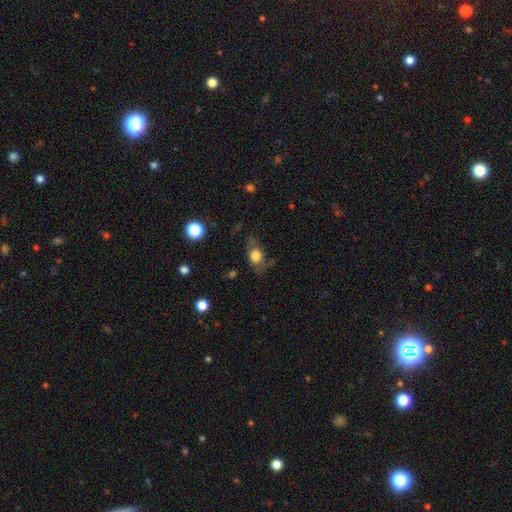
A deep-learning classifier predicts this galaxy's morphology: smooth-or-featured: smooth: 67% | featured or disk: 24% | star or artifact: 8%
  how-rounded: in between: 75% | round: 21% | cigar-shaped: 4%
  merging: none: 67% | minor disturbance: 21% | major disturbance: 10% | merger: 2%